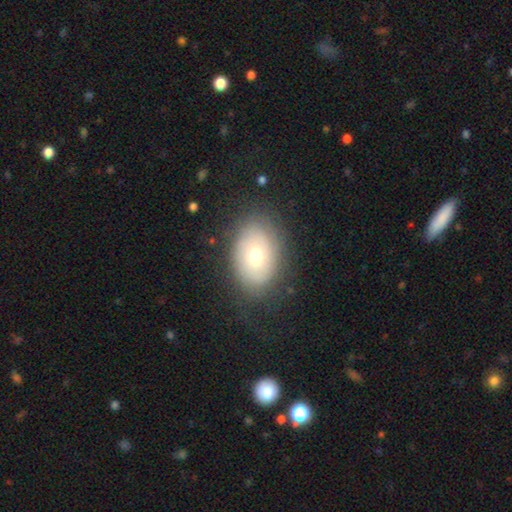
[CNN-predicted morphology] The model was most divided on "smooth or featured": smooth: 57%, featured or disk: 34%, star or artifact: 9%. More confident: merging — none (77%); how rounded — in between (76%).